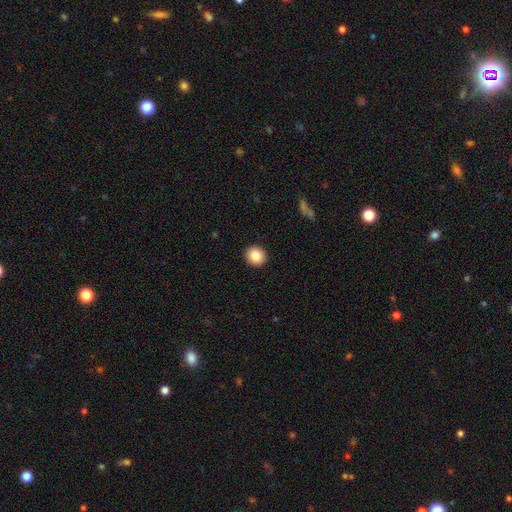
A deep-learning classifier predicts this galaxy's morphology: This is clearly a smooth galaxy (85%). How rounded: clearly round (89%). Merging: clearly none (93%).